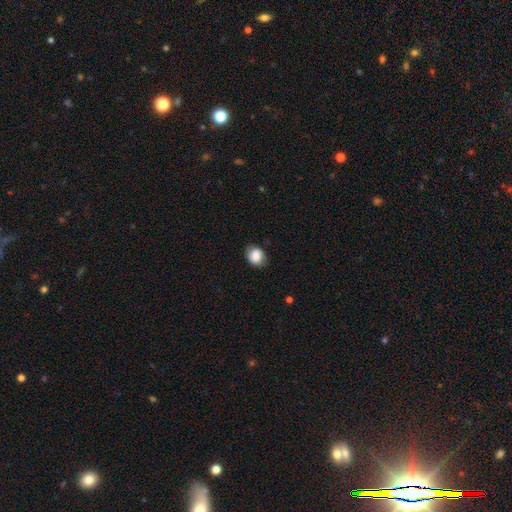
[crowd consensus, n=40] smooth-or-featured: smooth: 90% | featured or disk: 5% | star or artifact: 5%
  how-rounded: in between: 58% | round: 42% | cigar-shaped: 0%
  merging: none: 84% | minor disturbance: 13% | major disturbance: 3% | merger: 0%